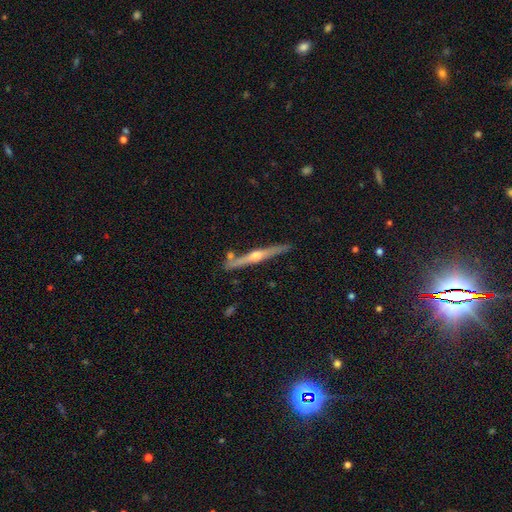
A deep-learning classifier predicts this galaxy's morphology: A featured or disk galaxy (80%) viewed edge-on (98%) with a rounded central bulge (91%).

Vote fractions:
- Smooth or featured? featured or disk: 80% / smooth: 14% / star or artifact: 6%
- Edge-on disk? yes: 98% / no: 2%
- Edge-on bulge? rounded: 91% / none: 6% / boxy: 4%
- Merging? none: 86% / minor disturbance: 9% / merger: 4% / major disturbance: 2%